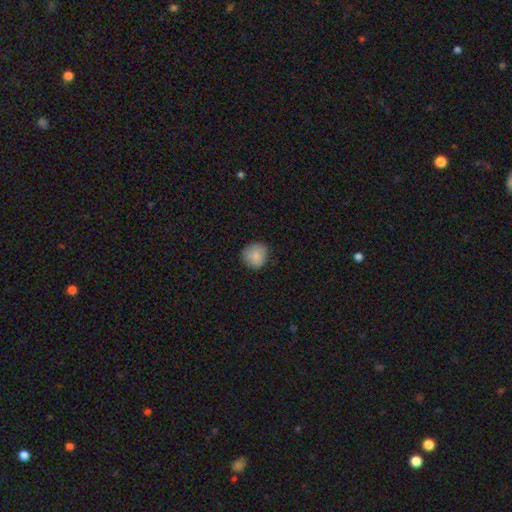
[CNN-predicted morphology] Smooth or featured? Predicted: smooth (p=0.84). How rounded? Predicted: round (p=0.88). Merging? Predicted: none (p=0.81).